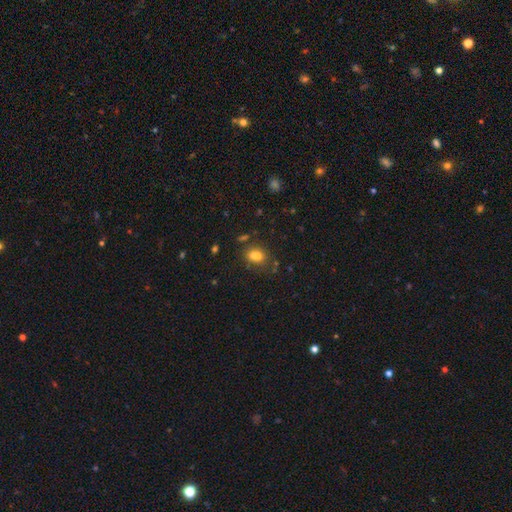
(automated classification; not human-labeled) A smooth galaxy with no disk features (73%) that is in between round and cigar-shaped (67%).

Vote fractions:
- Smooth or featured? smooth: 73% / star or artifact: 15% / featured or disk: 12%
- How rounded? in between: 67% / round: 31% / cigar-shaped: 2%
- Merging? none: 55% / merger: 23% / minor disturbance: 16% / major disturbance: 7%